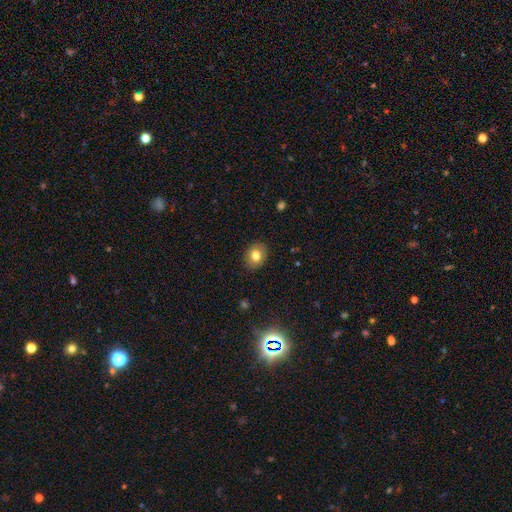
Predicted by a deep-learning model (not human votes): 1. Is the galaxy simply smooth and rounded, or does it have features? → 79% smooth, 10% featured or disk, 10% star or artifact.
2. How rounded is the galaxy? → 53% in between, 46% round, 1% cigar-shaped.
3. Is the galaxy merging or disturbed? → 88% none, 9% minor disturbance, 2% major disturbance, 1% merger.